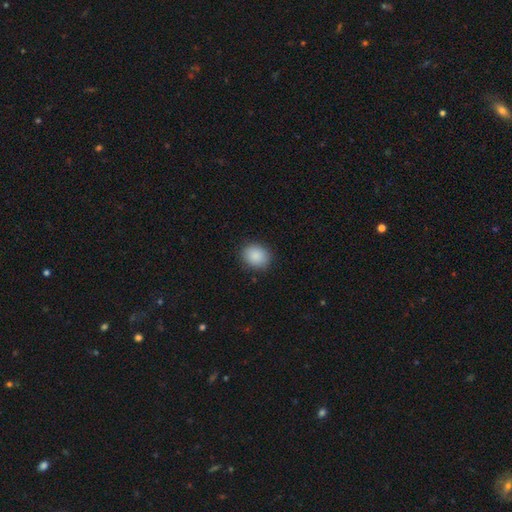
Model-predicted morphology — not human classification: type=smooth (89%); roundness=round (61%); merging=none (89%).